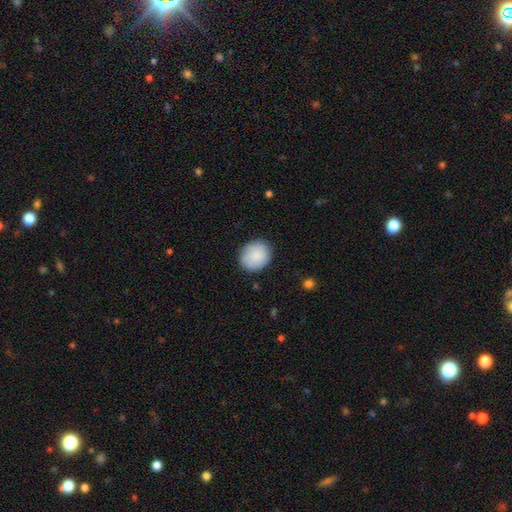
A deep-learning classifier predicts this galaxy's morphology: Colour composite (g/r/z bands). It shows a smooth galaxy with no disk features (87%) that is round (67%). Merging: none (85%).